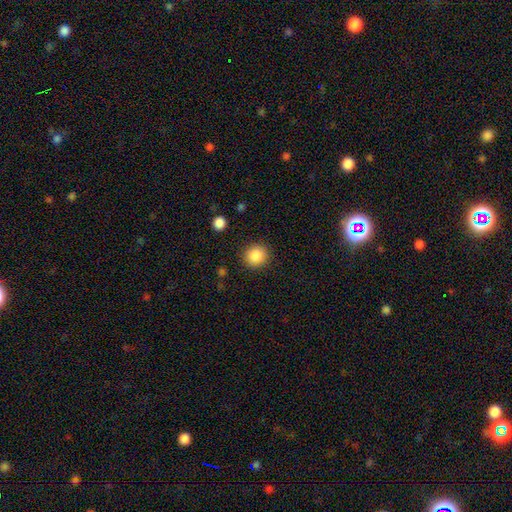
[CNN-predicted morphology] The model was most divided on "smooth or featured": smooth: 87%, star or artifact: 9%, featured or disk: 4%. More confident: how rounded — round (90%); merging — none (89%).